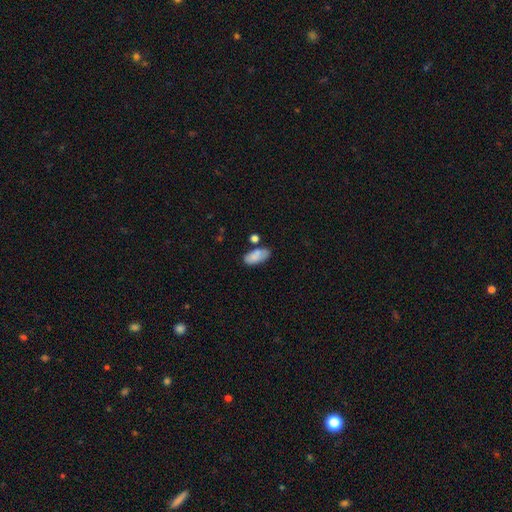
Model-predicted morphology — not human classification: Q: Smooth or featured?
A: smooth (82%); runner-up: featured or disk (11%)
Q: How rounded?
A: in between (90%); runner-up: cigar-shaped (7%)
Q: Merging?
A: none (62%); runner-up: minor disturbance (18%)